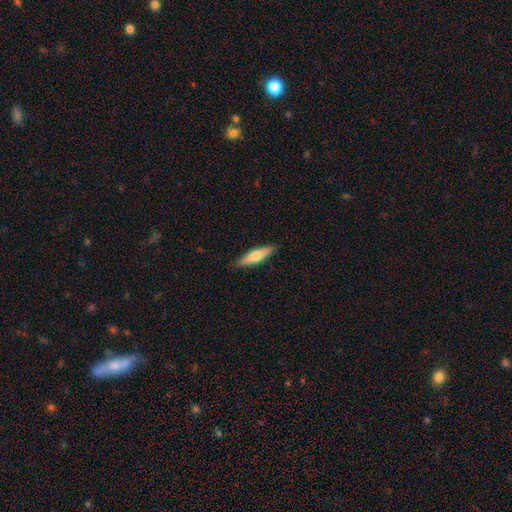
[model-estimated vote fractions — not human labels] Smooth or featured?
  - smooth: 63% *
  - featured or disk: 32%
  - star or artifact: 5%
How rounded?
  - cigar-shaped: 71% *
  - in between: 27%
  - round: 2%
Merging?
  - none: 88% *
  - minor disturbance: 9%
  - major disturbance: 2%
  - merger: 1%